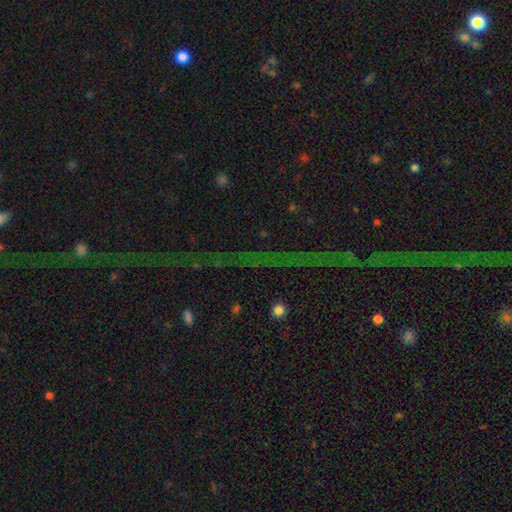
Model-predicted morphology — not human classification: The model was most divided on "smooth or featured": star or artifact: 78%, featured or disk: 13%, smooth: 10%.